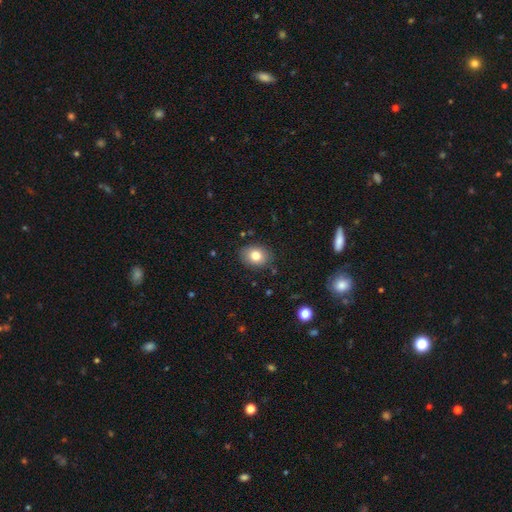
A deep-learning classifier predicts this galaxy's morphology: The model was most divided on "how rounded": in between: 54%, round: 45%, cigar-shaped: 1%. More confident: merging — none (86%); smooth or featured — smooth (80%).